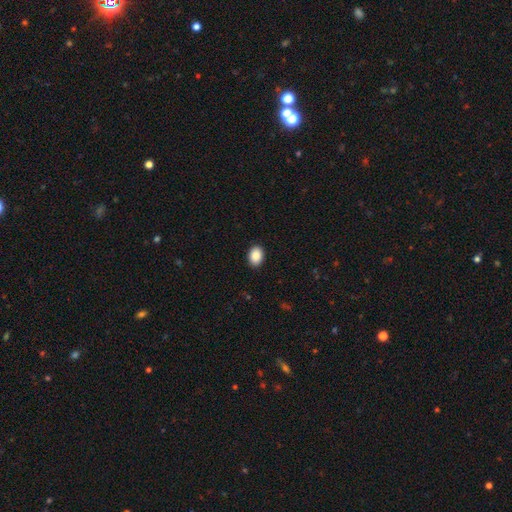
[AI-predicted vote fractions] smooth_or_featured: smooth (p=0.89) [alt: star or artifact p=0.08]
how_rounded: in between (p=0.76) [alt: round p=0.23]
merging: none (p=0.91) [alt: minor disturbance p=0.06]